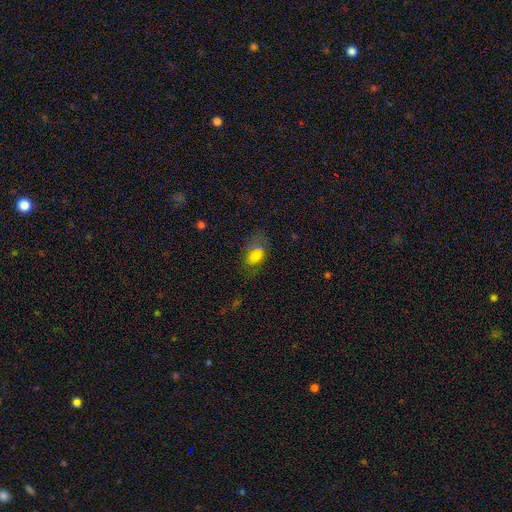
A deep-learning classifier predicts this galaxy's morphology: smooth_or_featured: smooth (p=0.70) [alt: featured or disk p=0.15]
how_rounded: in between (p=0.84) [alt: round p=0.13]
merging: none (p=0.47) [alt: minor disturbance p=0.26]